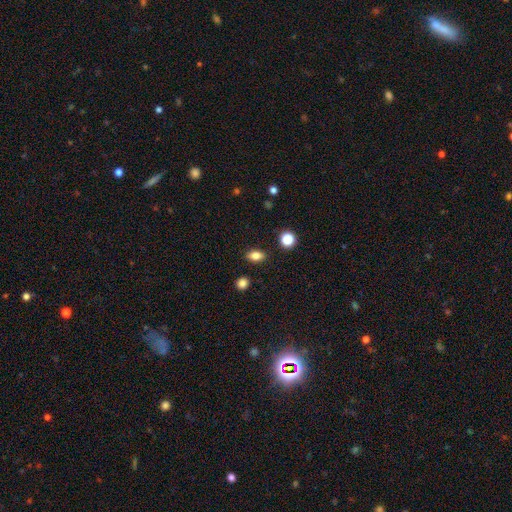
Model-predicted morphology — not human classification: smooth_or_featured: smooth (p=0.82) [alt: star or artifact p=0.11]
how_rounded: in between (p=0.79) [alt: round p=0.18]
merging: none (p=0.87) [alt: minor disturbance p=0.08]